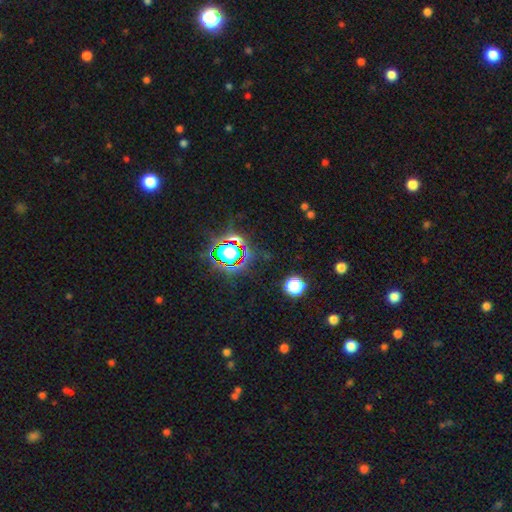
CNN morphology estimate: A star or artifact, not a galaxy (82%).